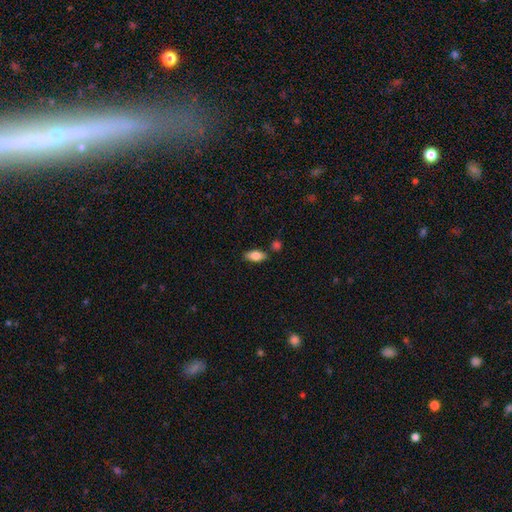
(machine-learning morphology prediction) Q: Smooth or featured?
A: smooth (83%); runner-up: featured or disk (10%)
Q: How rounded?
A: in between (88%); runner-up: cigar-shaped (9%)
Q: Merging?
A: none (79%); runner-up: minor disturbance (12%)